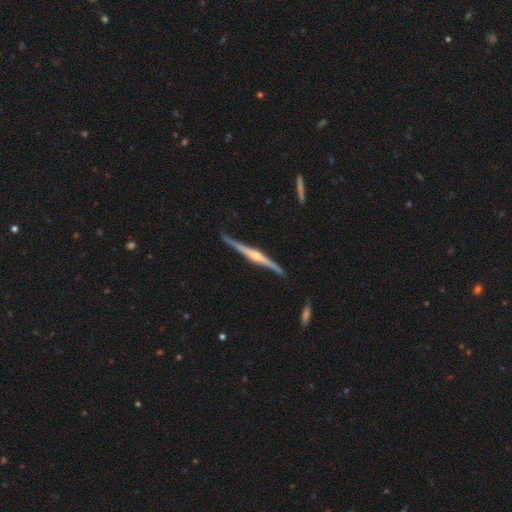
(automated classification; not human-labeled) This appears to be a featured or disk galaxy (86%) viewed edge-on (97%) with a rounded central bulge (87%). Merging: none (83%).